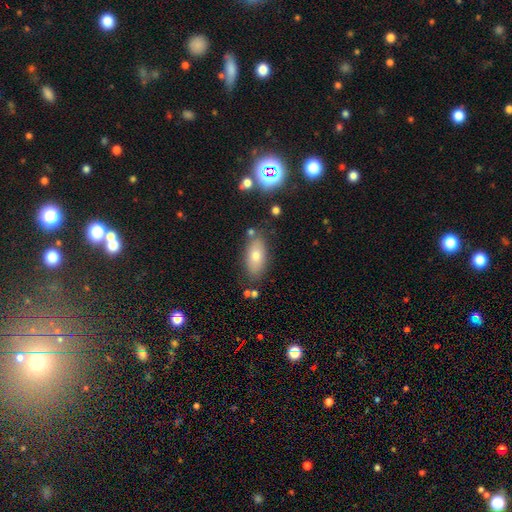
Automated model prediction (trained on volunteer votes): This appears to be a smooth galaxy with no disk features (68%) that is in between round and cigar-shaped (86%). Merging: none (80%).